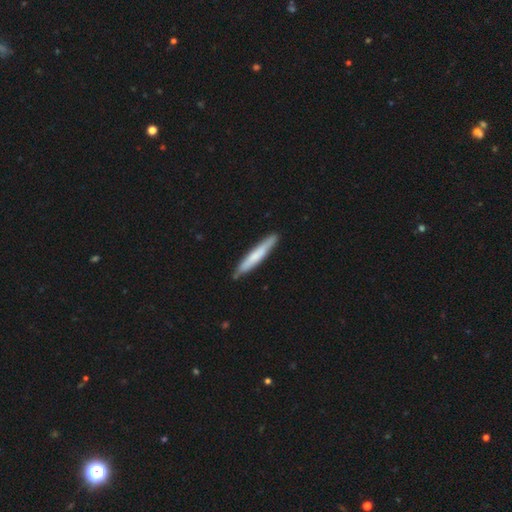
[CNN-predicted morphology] Overall: smooth (63%; featured or disk 32%). How rounded: cigar-shaped (94%). Merging: none (85%).